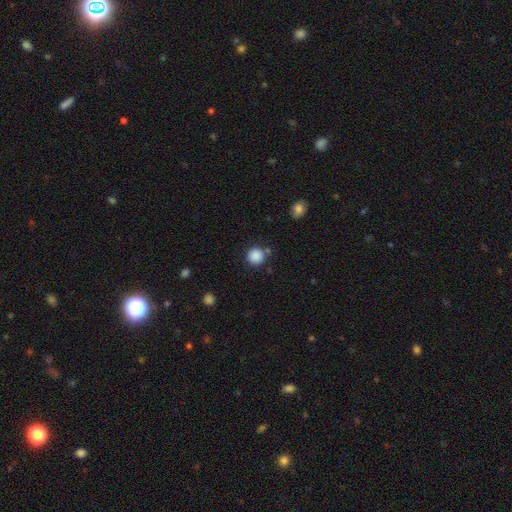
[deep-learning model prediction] Overall: smooth (87%). How rounded: round (93%). Merging: none (80%).